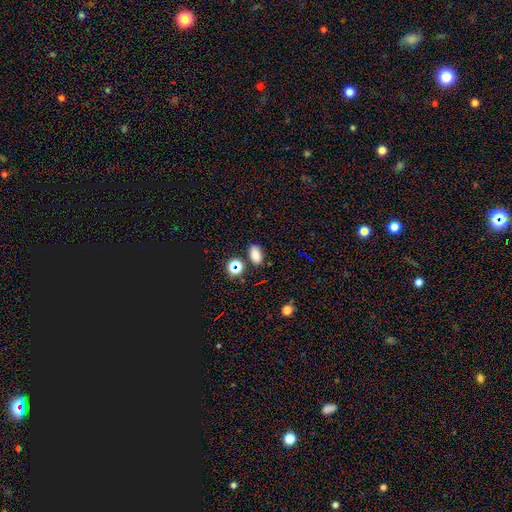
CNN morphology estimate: Q: Smooth or featured?
A: smooth (78%); runner-up: star or artifact (16%)
Q: How rounded?
A: in between (87%); runner-up: round (10%)
Q: Merging?
A: none (83%); runner-up: minor disturbance (10%)